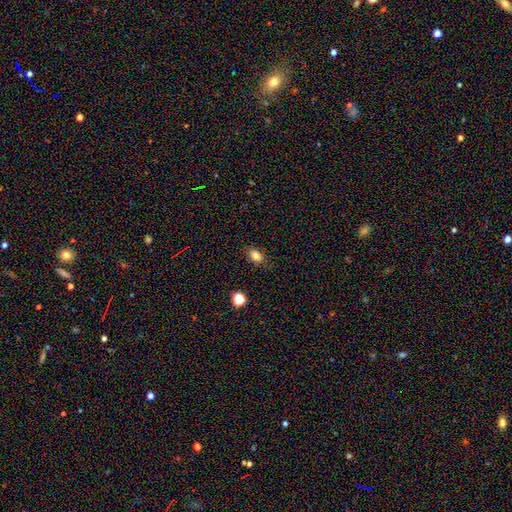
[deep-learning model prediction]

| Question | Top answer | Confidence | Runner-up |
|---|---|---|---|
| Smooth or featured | smooth | 81% | star or artifact (11%) |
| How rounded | in between | 80% | round (18%) |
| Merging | none | 85% | minor disturbance (11%) |